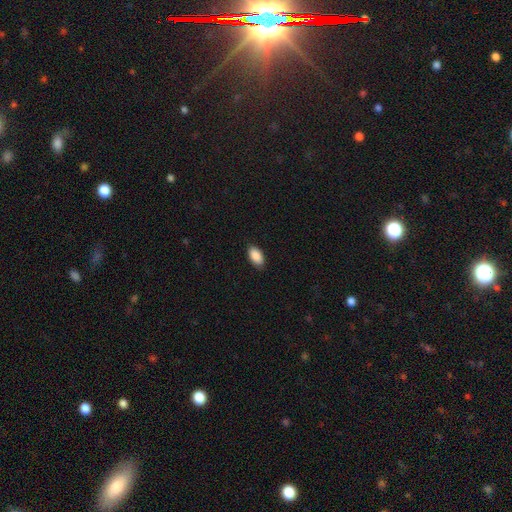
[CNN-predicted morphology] A smooth galaxy with no disk features (89%) that is in between round and cigar-shaped (94%).

Vote fractions:
- Smooth or featured? smooth: 89% / star or artifact: 7% / featured or disk: 4%
- How rounded? in between: 94% / round: 3% / cigar-shaped: 3%
- Merging? none: 87% / minor disturbance: 10% / major disturbance: 2% / merger: 1%